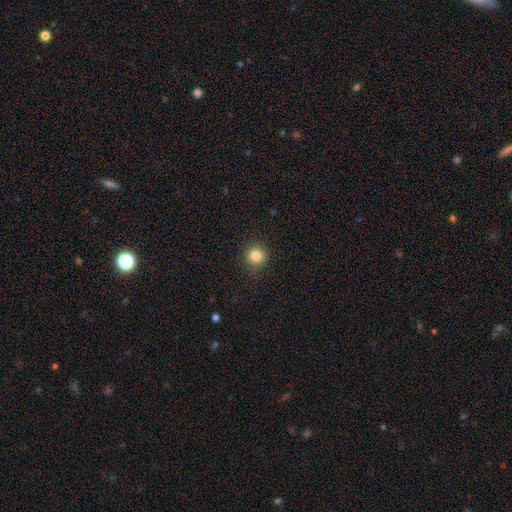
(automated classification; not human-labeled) Overall: smooth (83%). How rounded: round (92%). Merging: none (89%).